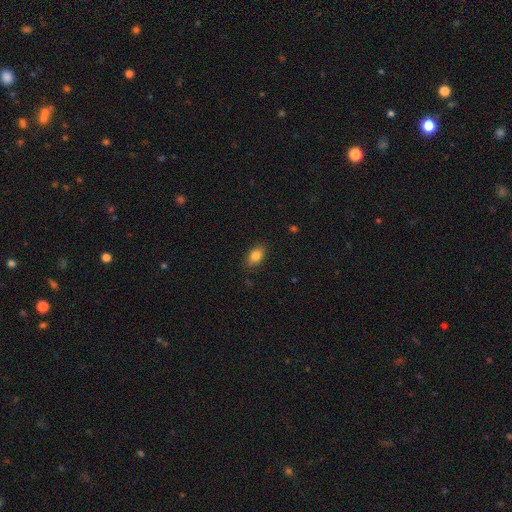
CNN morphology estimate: A smooth galaxy with no disk features (84%) that is in between round and cigar-shaped (86%). Merging: none (84%).